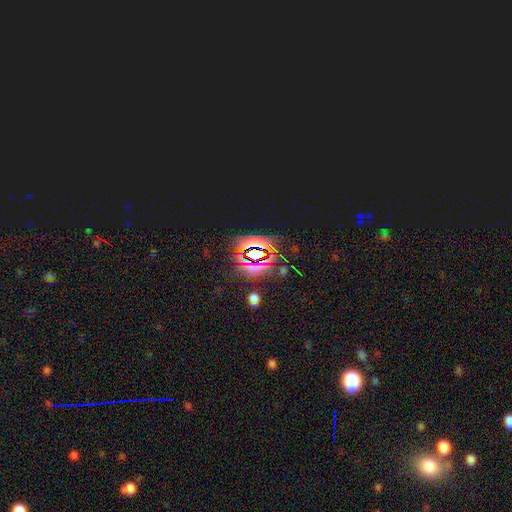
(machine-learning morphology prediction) Smooth or featured? Predicted: star or artifact (p=0.78).